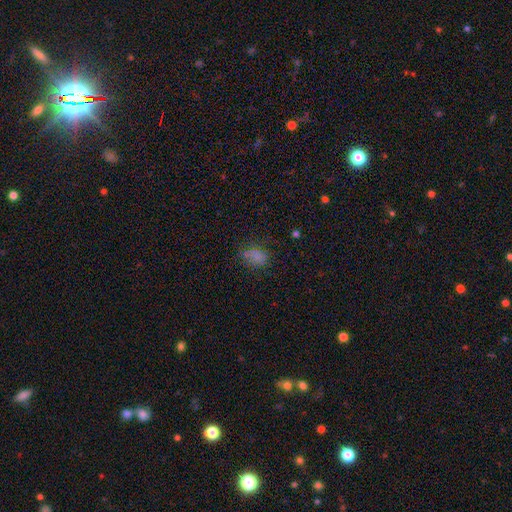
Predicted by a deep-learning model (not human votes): Smooth or featured? smooth (72%)
How rounded? in between (61%)
Merging? none (62%)